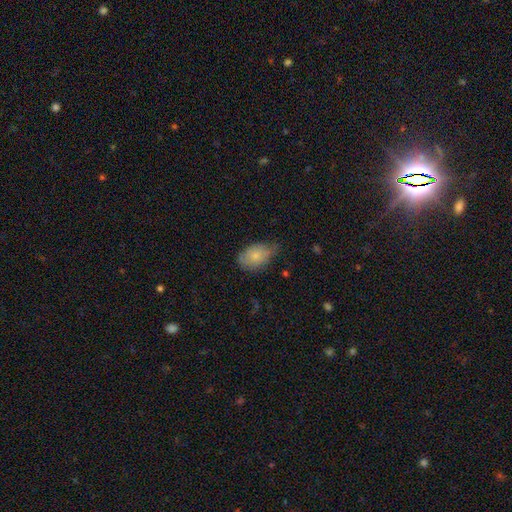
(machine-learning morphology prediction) A smooth galaxy with no disk features (78%) that is in between round and cigar-shaped (84%).

Vote fractions:
- Smooth or featured? smooth: 78% / featured or disk: 15% / star or artifact: 7%
- How rounded? in between: 84% / round: 15% / cigar-shaped: 1%
- Merging? none: 53% / minor disturbance: 37% / major disturbance: 8% / merger: 2%